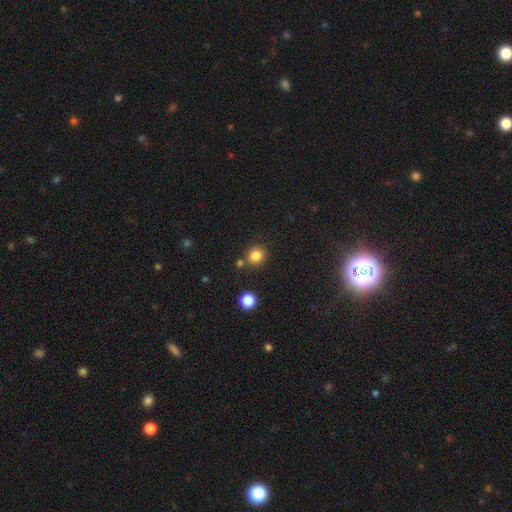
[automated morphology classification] A smooth galaxy with no disk features (83%) that is round (85%).

Vote fractions:
- Smooth or featured? smooth: 83% / star or artifact: 12% / featured or disk: 4%
- How rounded? round: 85% / in between: 14% / cigar-shaped: 1%
- Merging? none: 78% / merger: 10% / minor disturbance: 8% / major disturbance: 3%